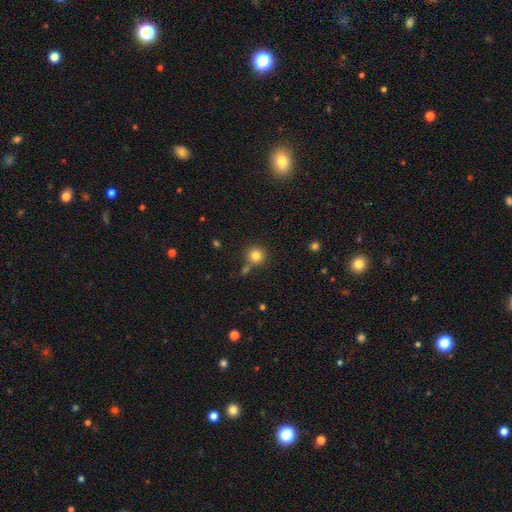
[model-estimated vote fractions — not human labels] This appears to be a smooth galaxy with no disk features (82%) that is round (93%). Merging: none (74%).